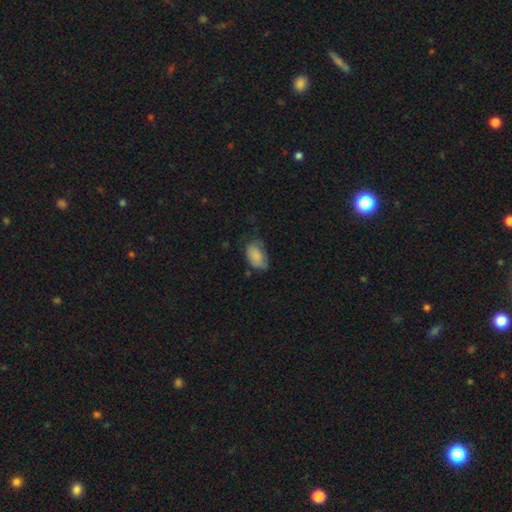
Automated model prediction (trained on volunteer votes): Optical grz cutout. It shows a smooth galaxy with no disk features (81%) that is in between round and cigar-shaped (91%). Merging: none (50%).